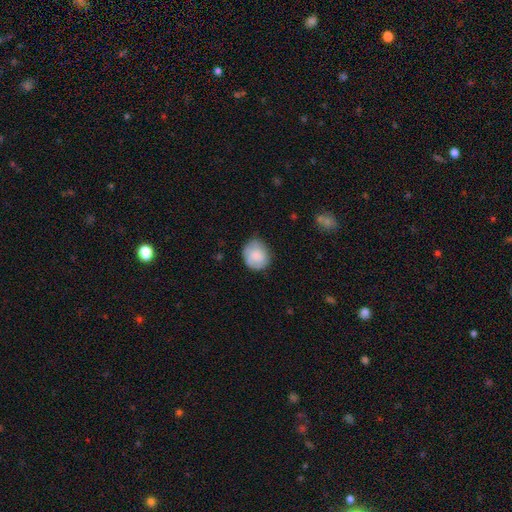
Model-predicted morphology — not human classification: type=smooth (77%); roundness=round (77%); merging=none (71%).